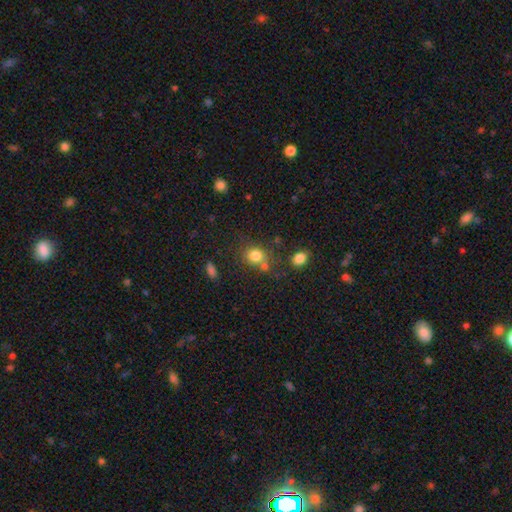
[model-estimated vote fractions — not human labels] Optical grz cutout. It shows a smooth galaxy with no disk features (80%) that is round (69%). Merging: none (59%).